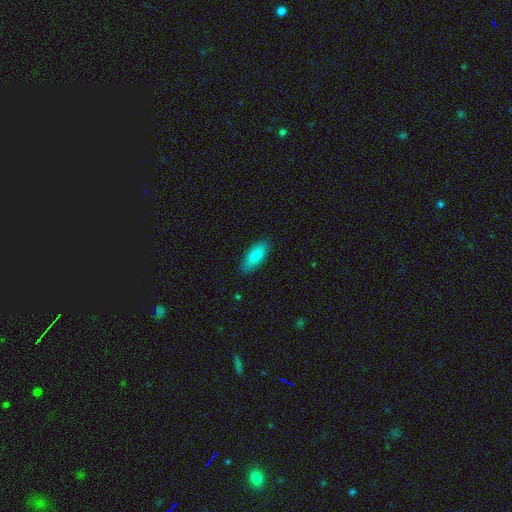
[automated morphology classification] This appears to be a smooth galaxy with no disk features (84%) that is in between round and cigar-shaped (78%). Merging: none (86%).